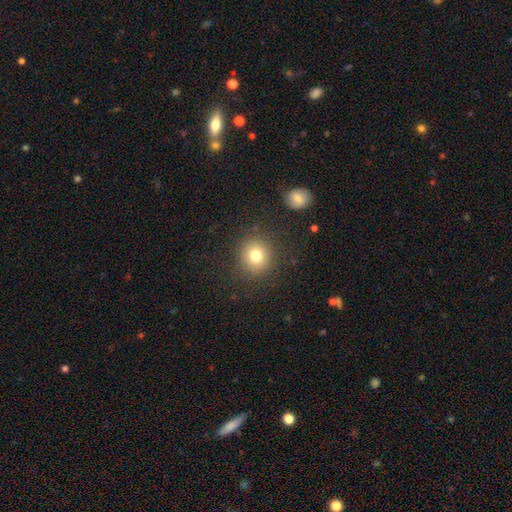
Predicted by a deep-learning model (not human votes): Q: Smooth or featured?
A: smooth (78%); runner-up: star or artifact (13%)
Q: How rounded?
A: round (87%); runner-up: in between (12%)
Q: Merging?
A: none (87%); runner-up: minor disturbance (8%)